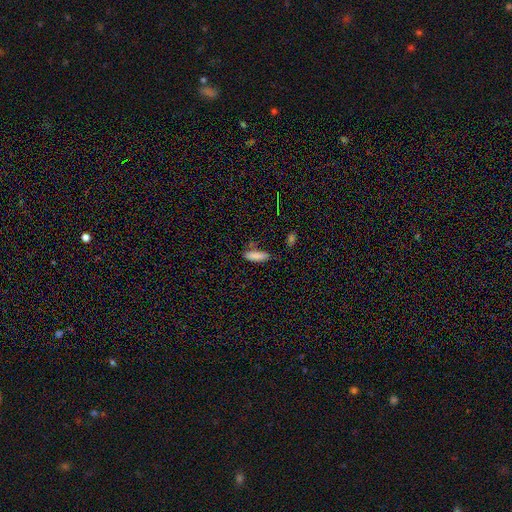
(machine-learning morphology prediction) smooth-or-featured: smooth: 85% | star or artifact: 9% | featured or disk: 6%
  how-rounded: cigar-shaped: 50% | in between: 48% | round: 2%
  merging: none: 70% | minor disturbance: 20% | merger: 6% | major disturbance: 4%